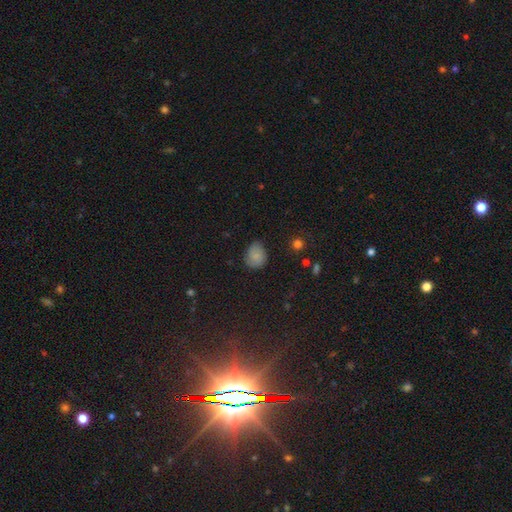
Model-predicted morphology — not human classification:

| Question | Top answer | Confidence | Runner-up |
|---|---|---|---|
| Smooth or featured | smooth | 72% | featured or disk (17%) |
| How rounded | round | 56% | in between (43%) |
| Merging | none | 64% | minor disturbance (27%) |